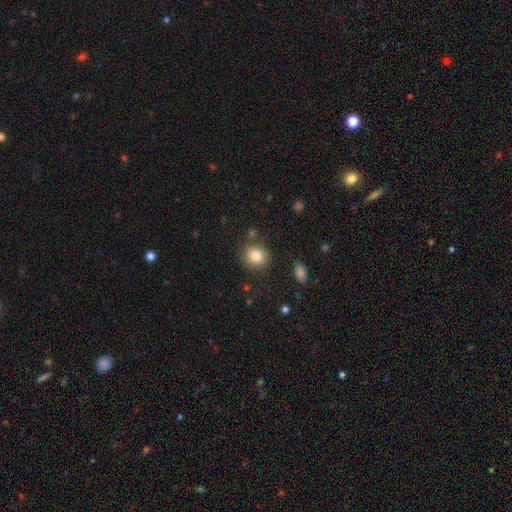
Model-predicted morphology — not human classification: This appears to be a smooth galaxy with no disk features (85%) that is round (75%). Merging: none (82%).